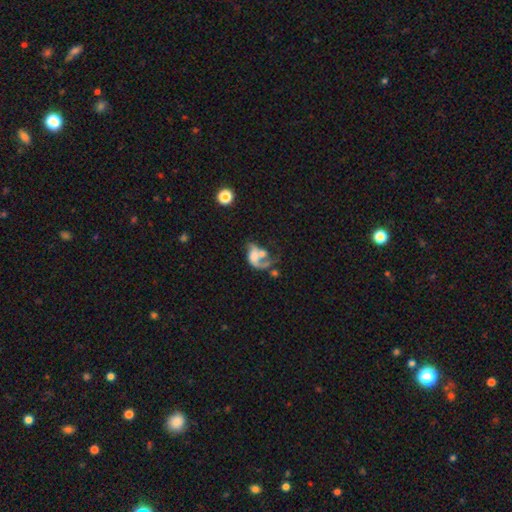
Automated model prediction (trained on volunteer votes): Smooth or featured?
  - featured or disk: 62% *
  - smooth: 28%
  - star or artifact: 11%
Edge-on disk?
  - no: 97% *
  - yes: 3%
Bar?
  - no: 75% *
  - weak: 19%
  - strong: 6%
Spiral arms?
  - yes: 61% *
  - no: 39%
Bulge size?
  - none: 46% *
  - moderate: 19%
  - small: 19%
  - large: 12%
  - dominant: 4%
Merging?
  - major disturbance: 36% *
  - merger: 33%
  - none: 19%
  - minor disturbance: 12%